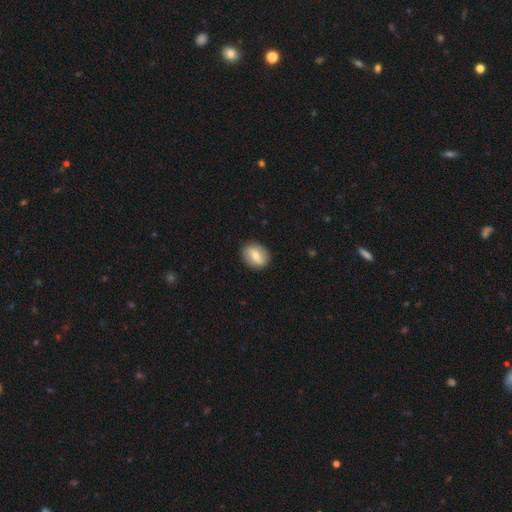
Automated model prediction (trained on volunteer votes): Overall: smooth (62%; featured or disk 31%). How rounded: round (51%; in between 48%). Merging: none (89%).